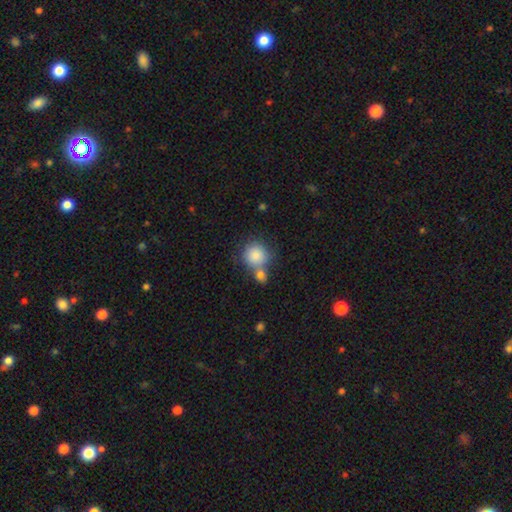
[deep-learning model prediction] Smooth or featured?
  - smooth: 85% *
  - star or artifact: 8%
  - featured or disk: 7%
How rounded?
  - round: 87% *
  - in between: 12%
  - cigar-shaped: 1%
Merging?
  - none: 46% *
  - merger: 38%
  - minor disturbance: 11%
  - major disturbance: 4%